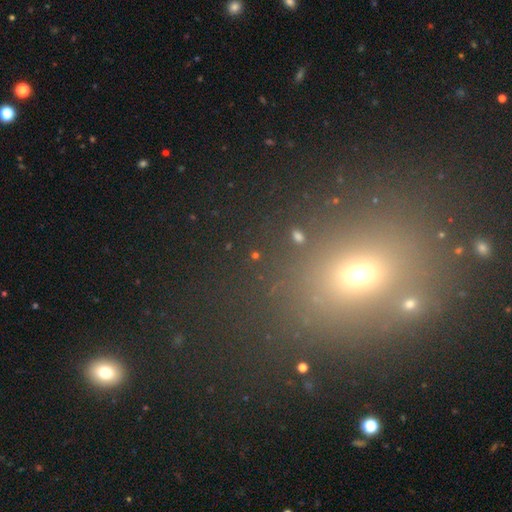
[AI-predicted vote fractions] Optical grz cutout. It shows a smooth galaxy with no disk features (46%). Merging: none (79%).